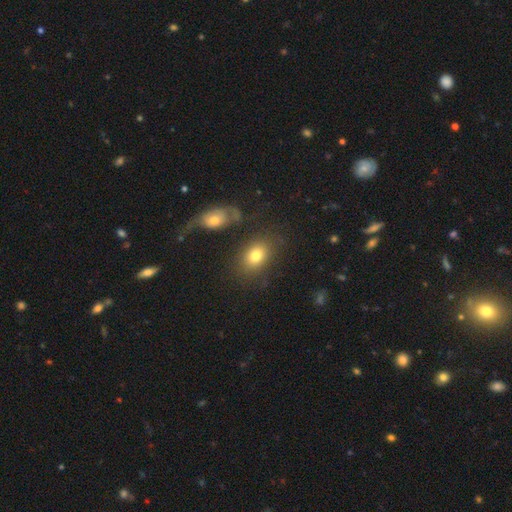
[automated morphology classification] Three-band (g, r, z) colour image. It shows a smooth galaxy with no disk features (77%) that is in between round and cigar-shaped (71%). Merging: none (71%).